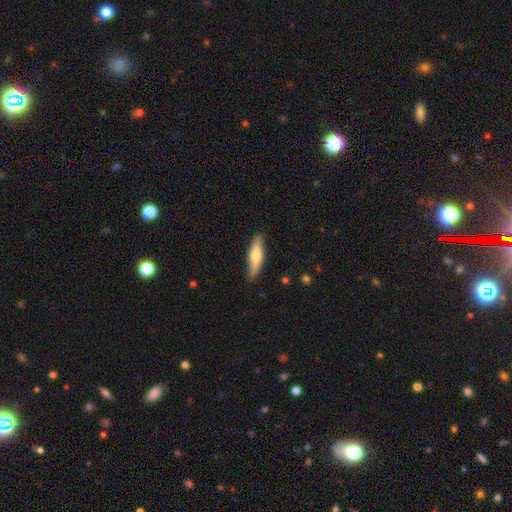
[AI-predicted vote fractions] A smooth galaxy with no disk features (66%) that is cigar-shaped (66%). Merging: none (86%).